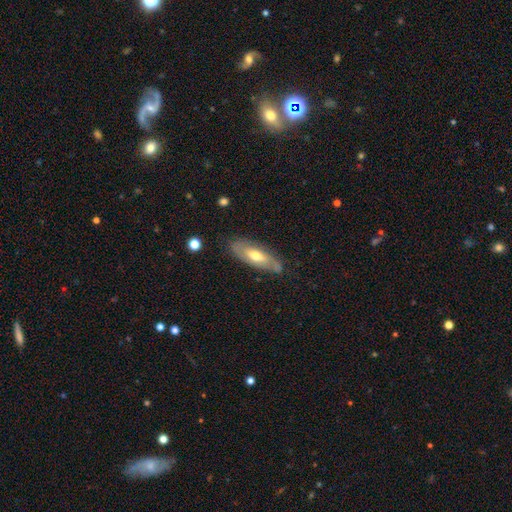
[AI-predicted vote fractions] A featured or disk galaxy (48%).

Vote fractions:
- Smooth or featured? featured or disk: 48% / smooth: 46% / star or artifact: 6%
- Merging? none: 76% / minor disturbance: 18% / major disturbance: 4% / merger: 2%